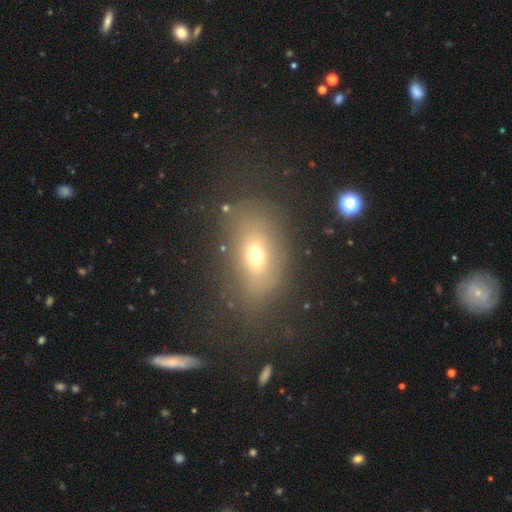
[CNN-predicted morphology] A smooth galaxy with no disk features (60%) that is in between round and cigar-shaped (78%). Merging: none (64%).